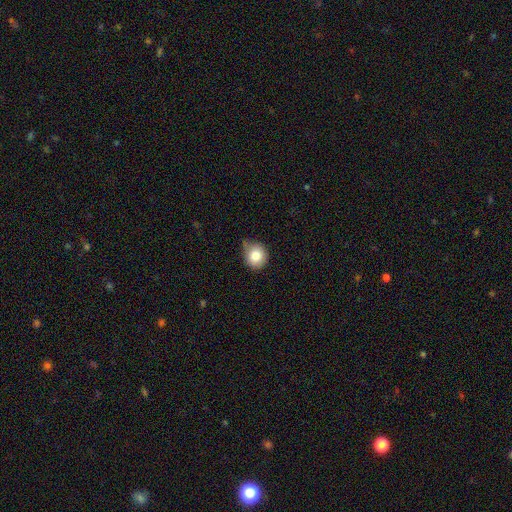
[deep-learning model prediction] Morphology: type=smooth (82%); roundness=round (84%); merging=none (53%).